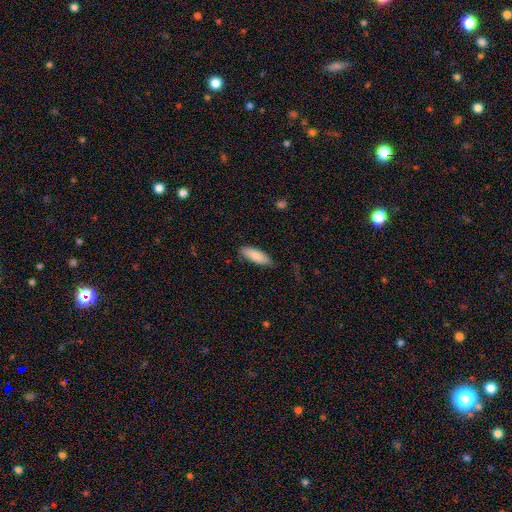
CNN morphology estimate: Overall: smooth (86%). How rounded: in between (58%; cigar-shaped 40%). Merging: none (84%).